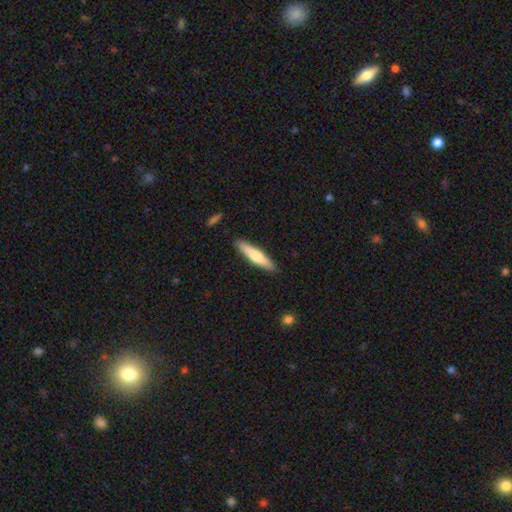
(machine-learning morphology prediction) smooth_or_featured: smooth (p=0.62) [alt: featured or disk p=0.33]
how_rounded: cigar-shaped (p=0.85) [alt: in between p=0.14]
merging: none (p=0.89) [alt: minor disturbance p=0.08]